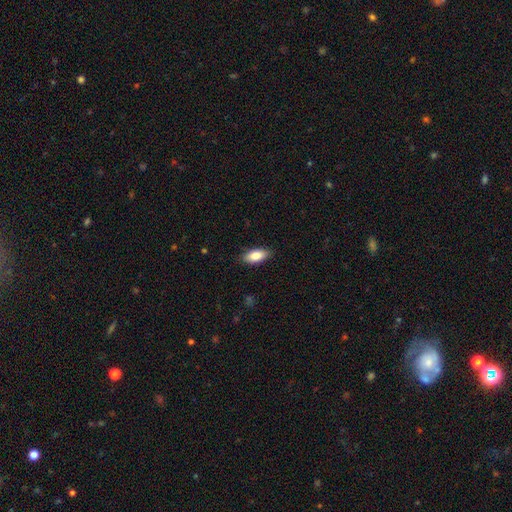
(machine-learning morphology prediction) Q: Smooth or featured?
A: smooth (85%); runner-up: featured or disk (9%)
Q: How rounded?
A: in between (87%); runner-up: cigar-shaped (10%)
Q: Merging?
A: none (86%); runner-up: minor disturbance (11%)